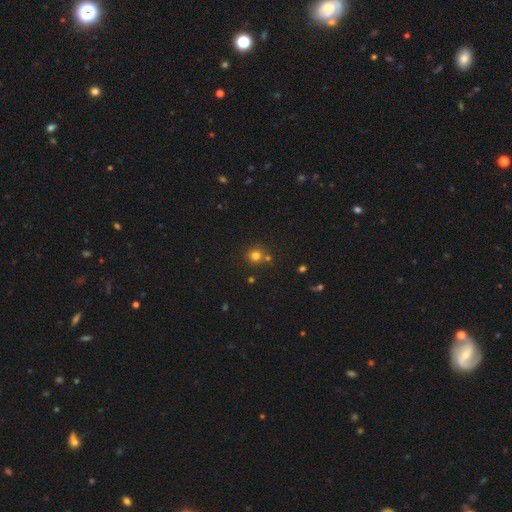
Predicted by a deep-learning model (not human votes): A smooth galaxy with no disk features (77%) that is round (92%).

Vote fractions:
- Smooth or featured? smooth: 77% / star or artifact: 17% / featured or disk: 6%
- How rounded? round: 92% / in between: 7% / cigar-shaped: 1%
- Merging? none: 74% / merger: 16% / minor disturbance: 8% / major disturbance: 3%